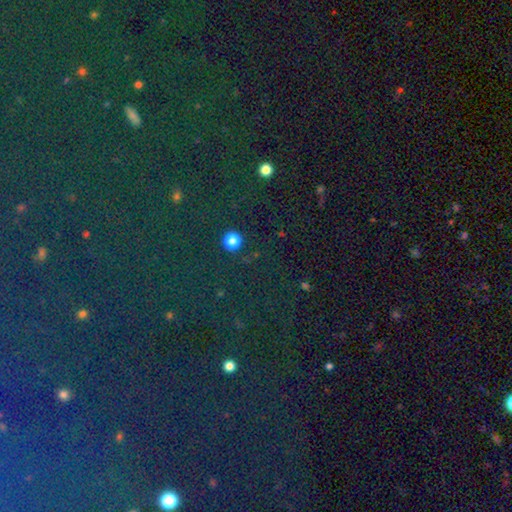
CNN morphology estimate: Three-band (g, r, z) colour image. It shows a star or artifact, not a galaxy (82%).